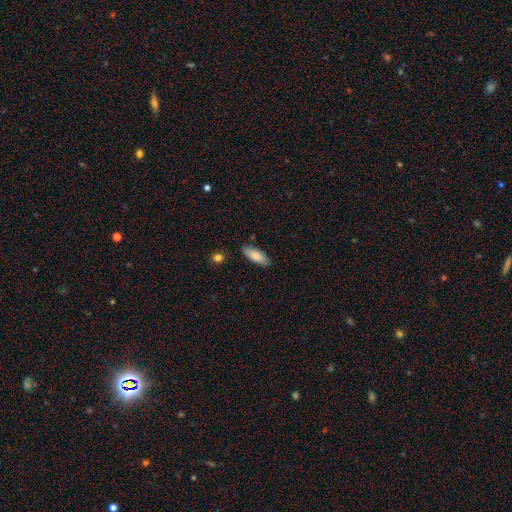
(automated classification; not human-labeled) This appears to be a smooth galaxy with no disk features (84%) that is in between round and cigar-shaped (71%). Merging: none (85%).